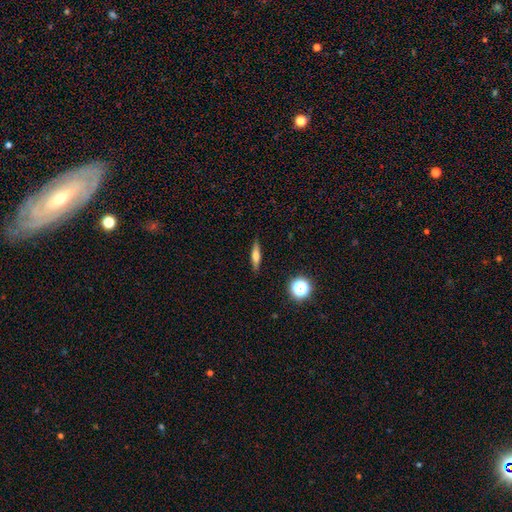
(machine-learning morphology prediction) The model was most divided on "smooth or featured": smooth: 55%, featured or disk: 36%, star or artifact: 9%. More confident: merging — none (87%); how rounded — cigar-shaped (75%).